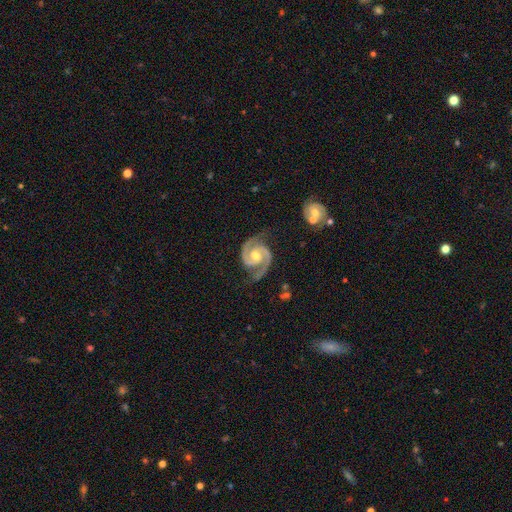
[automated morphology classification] Overall: featured or disk (94%). Edge-on disk: no (98%). Bar: no (54%; weak 34%). Spiral arms: yes (99%). Spiral arm count: 2 (94%). Spiral winding: medium (53%; tight 40%). Bulge size: moderate (69%). Merging: none (79%).